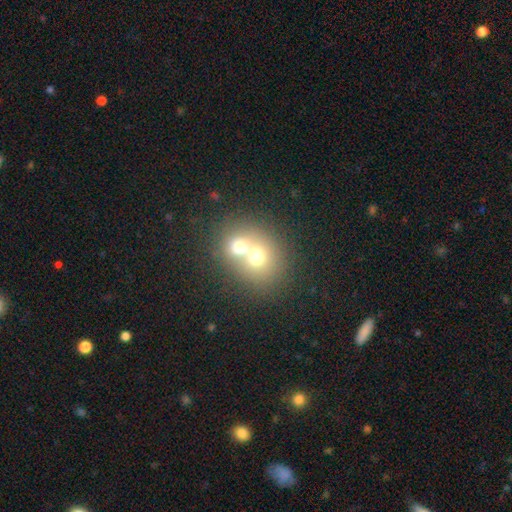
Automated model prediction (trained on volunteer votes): A smooth galaxy with no disk features (65%) that is round (70%). Merging: merger (70%).